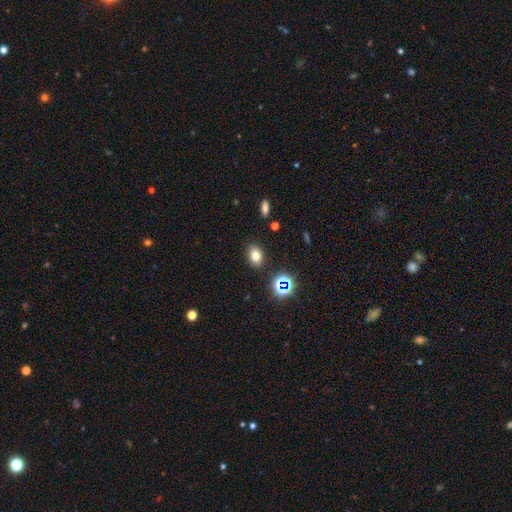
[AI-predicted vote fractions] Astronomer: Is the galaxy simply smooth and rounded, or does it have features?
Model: smooth — 73%.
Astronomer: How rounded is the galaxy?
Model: in between — 69%.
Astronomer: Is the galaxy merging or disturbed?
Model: none — 87%.